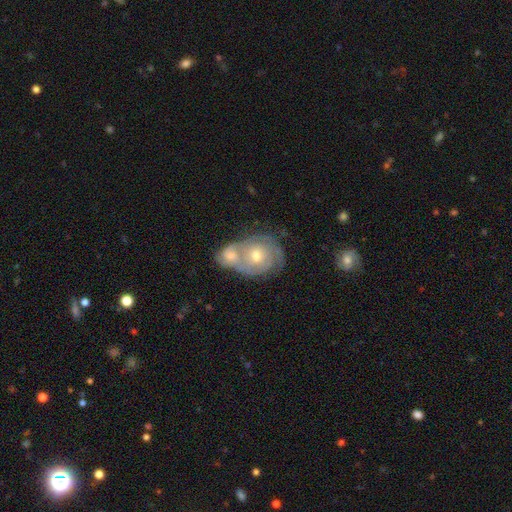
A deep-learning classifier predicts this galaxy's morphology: This appears to be a featured or disk galaxy (70%) with no bar (75%), tight (72%) spiral arms (83%) and a moderate central bulge (63%). Merging: merger (57%).